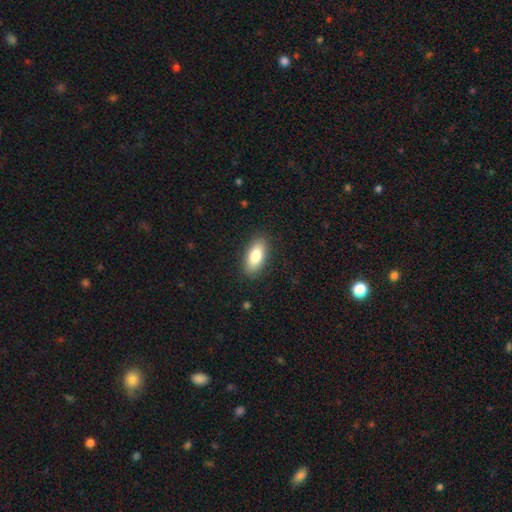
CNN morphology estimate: A smooth galaxy with no disk features (81%) that is in between round and cigar-shaped (88%).

Vote fractions:
- Smooth or featured? smooth: 81% / featured or disk: 12% / star or artifact: 7%
- How rounded? in between: 88% / cigar-shaped: 9% / round: 3%
- Merging? none: 88% / minor disturbance: 9% / major disturbance: 2% / merger: 1%